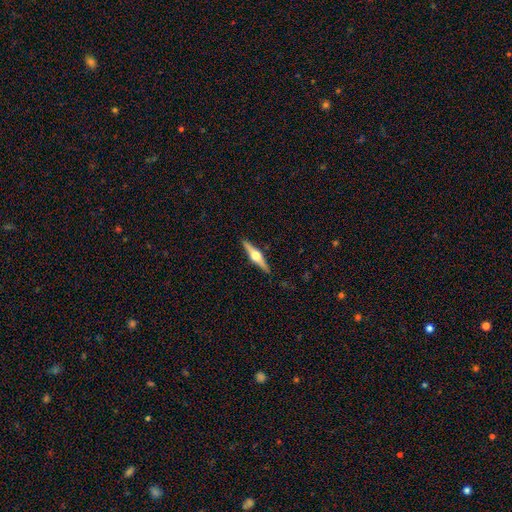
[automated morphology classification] Q: Smooth or featured?
A: featured or disk (77%); runner-up: smooth (18%)
Q: Edge-on disk?
A: yes (98%); runner-up: no (2%)
Q: Edge-on bulge?
A: rounded (95%); runner-up: boxy (3%)
Q: Merging?
A: none (91%); runner-up: minor disturbance (6%)